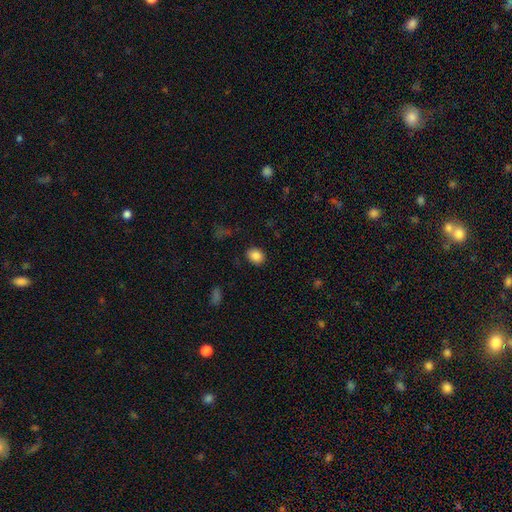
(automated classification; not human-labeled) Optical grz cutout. It shows a smooth galaxy with no disk features (86%) that is in between round and cigar-shaped (55%). Merging: none (87%).